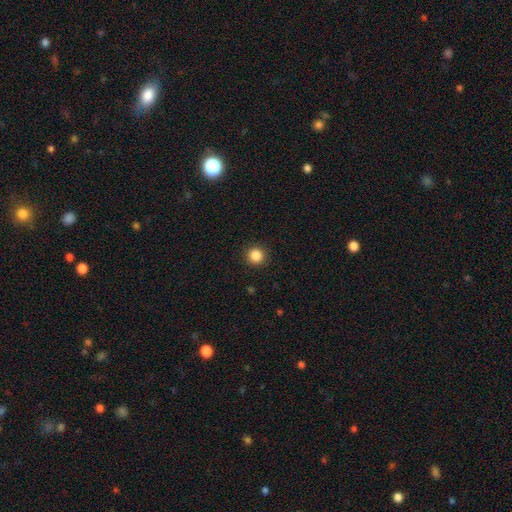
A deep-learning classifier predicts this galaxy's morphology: smooth-or-featured: smooth: 85% | star or artifact: 11% | featured or disk: 4%
  how-rounded: round: 94% | in between: 5% | cigar-shaped: 1%
  merging: none: 92% | minor disturbance: 5% | major disturbance: 2% | merger: 1%